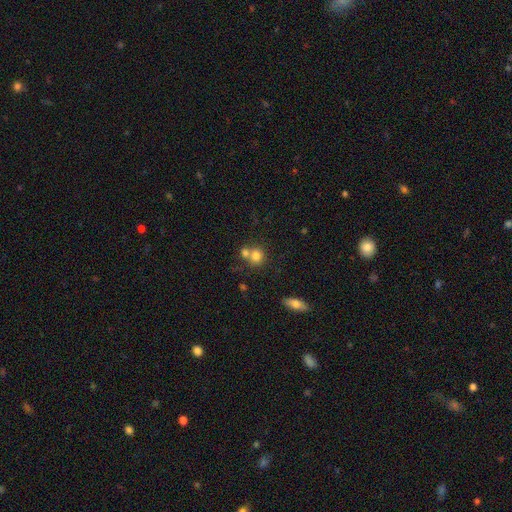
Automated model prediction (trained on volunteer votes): Smooth or featured? smooth (78%)
How rounded? round (79%)
Merging? merger (46%)